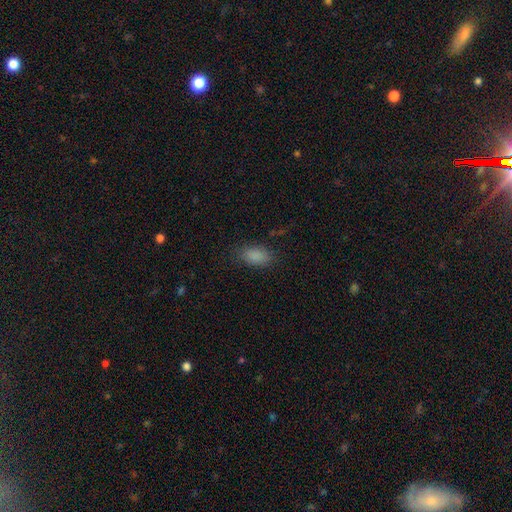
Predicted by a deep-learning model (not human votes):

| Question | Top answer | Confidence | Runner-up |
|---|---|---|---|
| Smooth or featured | smooth | 87% | star or artifact (9%) |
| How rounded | in between | 90% | round (7%) |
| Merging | none | 81% | minor disturbance (13%) |